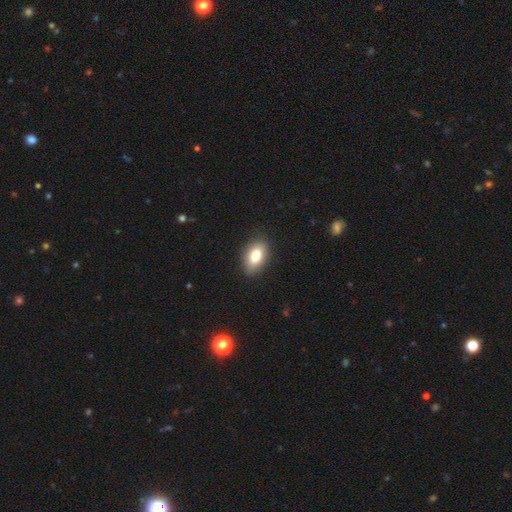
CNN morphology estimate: Smooth or featured? smooth (82%)
How rounded? in between (90%)
Merging? none (86%)